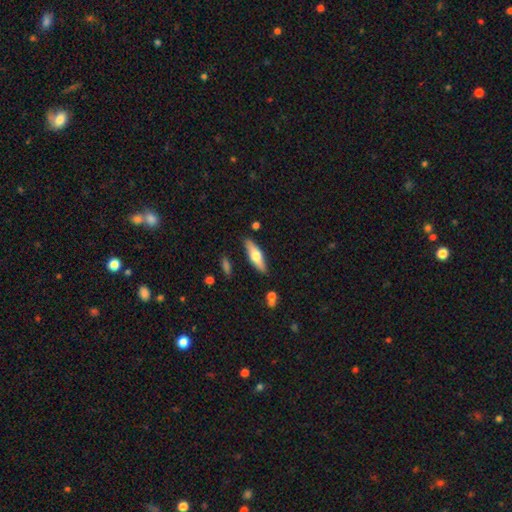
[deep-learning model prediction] Overall: smooth (51%; featured or disk 43%). How rounded: cigar-shaped (57%; in between 41%). Merging: none (85%).